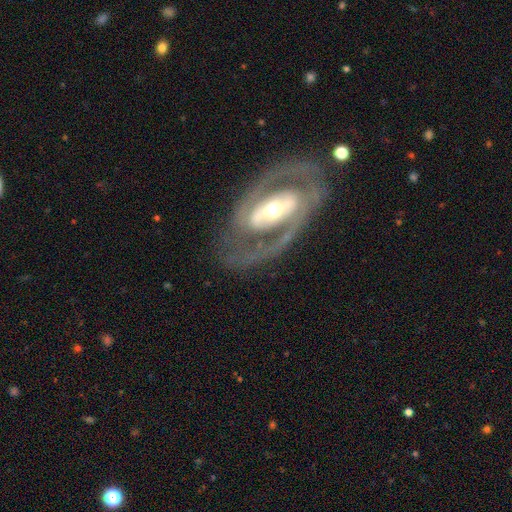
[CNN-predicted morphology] Smooth or featured? featured or disk (86%)
Edge-on disk? no (94%)
Bar? strong (40%)
Spiral arms? yes (78%)
Spiral winding? medium (44%)
Spiral arm count? 2 (84%)
Bulge size? moderate (58%)
Merging? none (78%)